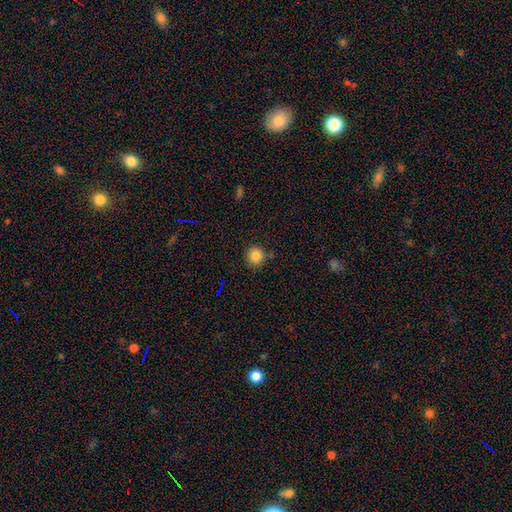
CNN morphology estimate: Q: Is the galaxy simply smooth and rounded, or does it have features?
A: smooth — 84%.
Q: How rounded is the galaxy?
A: round — 90%.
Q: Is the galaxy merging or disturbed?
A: none — 81%.